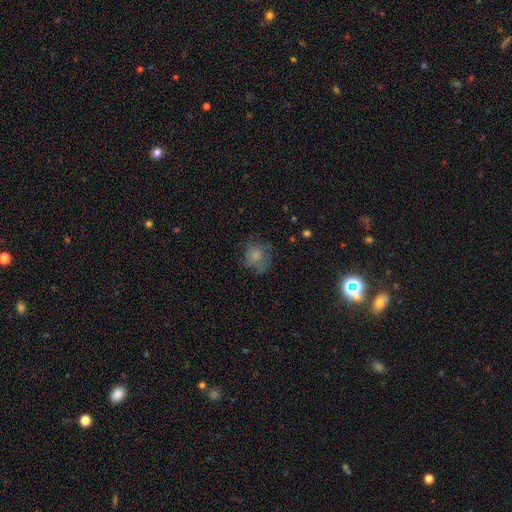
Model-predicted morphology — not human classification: This appears to be a smooth galaxy with no disk features (72%) that is round (76%). Merging: none (60%).